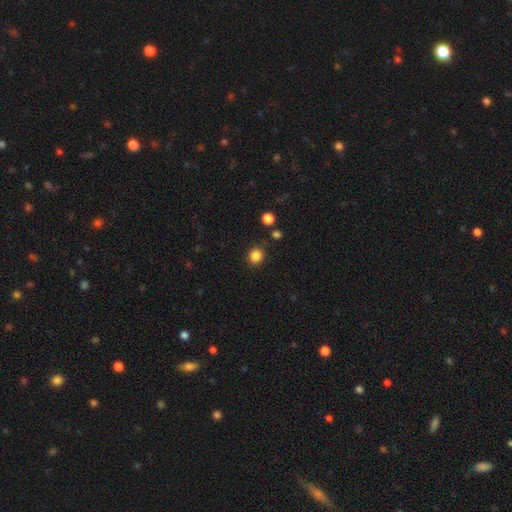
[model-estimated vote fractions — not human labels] smooth 85%, star or artifact 11%, featured or disk 4%. Down the decision tree: how rounded — round (84%); merging — none (86%).